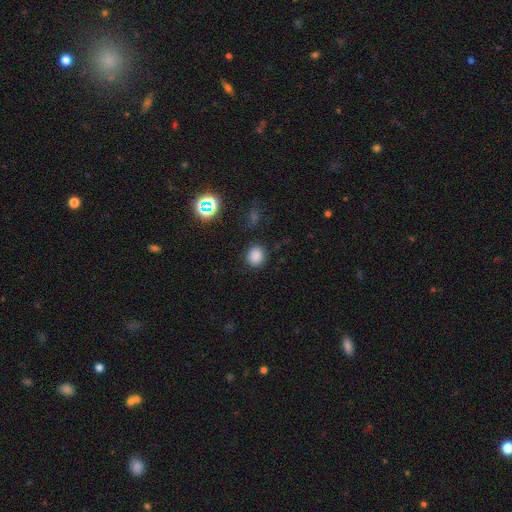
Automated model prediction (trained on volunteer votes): This is clearly a smooth galaxy (83%). How rounded: likely round (76%). Merging: clearly none (87%).